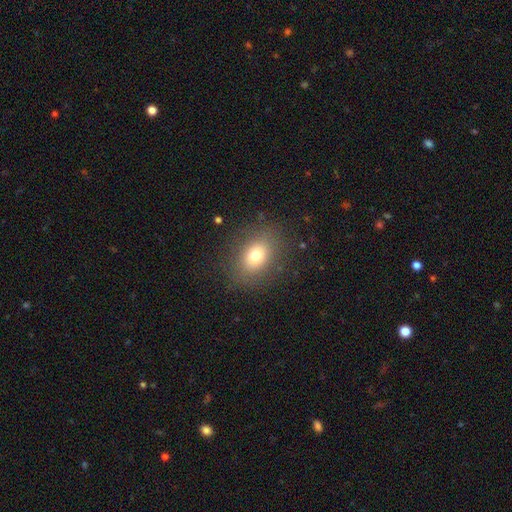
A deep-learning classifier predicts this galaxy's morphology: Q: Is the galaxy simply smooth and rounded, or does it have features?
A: smooth — 75%.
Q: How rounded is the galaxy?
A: in between — 61%.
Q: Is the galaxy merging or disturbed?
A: none — 84%.